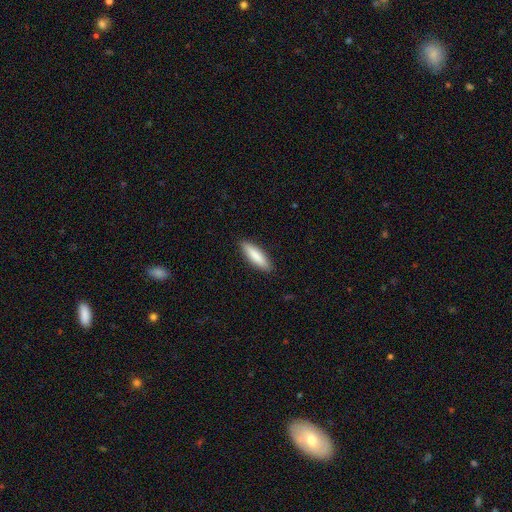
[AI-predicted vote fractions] A smooth galaxy with no disk features (83%) that is cigar-shaped (66%).

Vote fractions:
- Smooth or featured? smooth: 83% / featured or disk: 11% / star or artifact: 5%
- How rounded? cigar-shaped: 66% / in between: 33% / round: 1%
- Merging? none: 90% / minor disturbance: 8% / major disturbance: 2% / merger: 1%